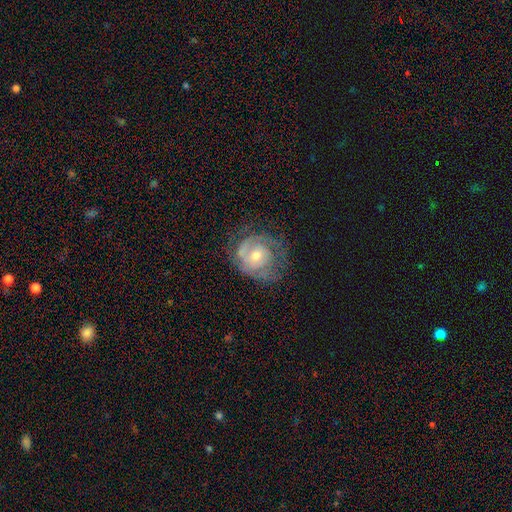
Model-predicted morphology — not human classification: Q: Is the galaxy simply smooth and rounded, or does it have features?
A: featured or disk — 75%.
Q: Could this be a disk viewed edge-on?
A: no — 97%.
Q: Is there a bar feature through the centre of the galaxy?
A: no — 72%.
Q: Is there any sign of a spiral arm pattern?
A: yes — 85%.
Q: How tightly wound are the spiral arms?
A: tight — 63%.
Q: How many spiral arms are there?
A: can't tell — 37%.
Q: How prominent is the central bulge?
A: moderate — 56%.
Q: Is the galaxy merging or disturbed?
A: none — 63%.